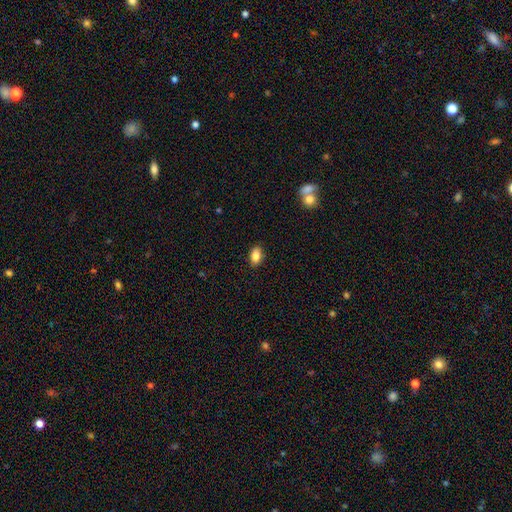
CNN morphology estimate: smooth-or-featured: smooth: 86% | star or artifact: 8% | featured or disk: 6%
  how-rounded: in between: 90% | round: 7% | cigar-shaped: 4%
  merging: none: 88% | minor disturbance: 9% | major disturbance: 2% | merger: 1%